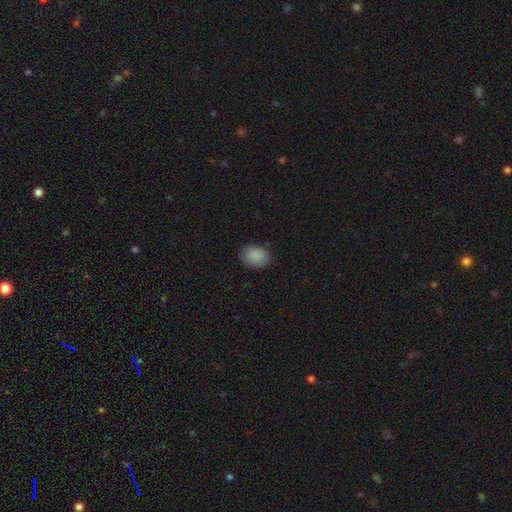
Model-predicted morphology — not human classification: Overall: smooth (88%). How rounded: in between (62%; round 37%). Merging: none (85%).